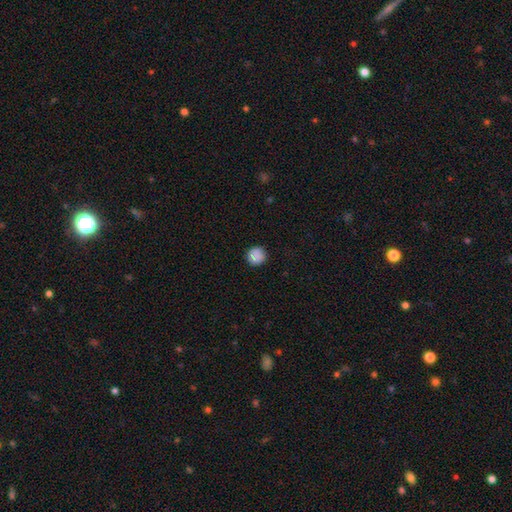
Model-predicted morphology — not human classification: smooth 86%, star or artifact 9%, featured or disk 5%. Down the decision tree: how rounded — round (92%); merging — none (87%).